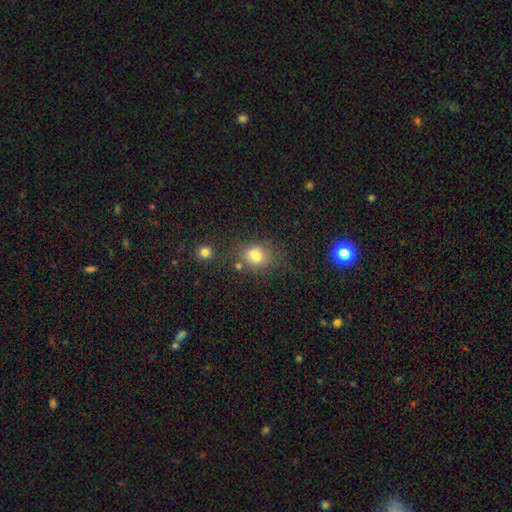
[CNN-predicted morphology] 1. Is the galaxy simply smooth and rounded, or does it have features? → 73% smooth, 15% star or artifact, 12% featured or disk.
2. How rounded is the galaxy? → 62% round, 37% in between, 1% cigar-shaped.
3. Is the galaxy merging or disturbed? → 62% none, 17% minor disturbance, 15% merger, 6% major disturbance.